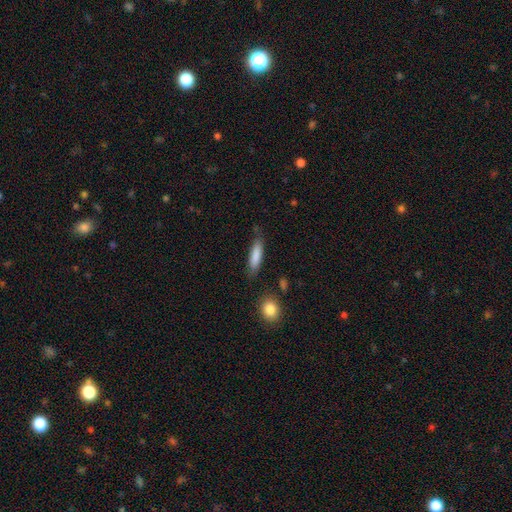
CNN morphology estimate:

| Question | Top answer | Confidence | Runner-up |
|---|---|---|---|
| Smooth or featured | smooth | 83% | featured or disk (11%) |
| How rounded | cigar-shaped | 71% | in between (27%) |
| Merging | none | 78% | minor disturbance (16%) |